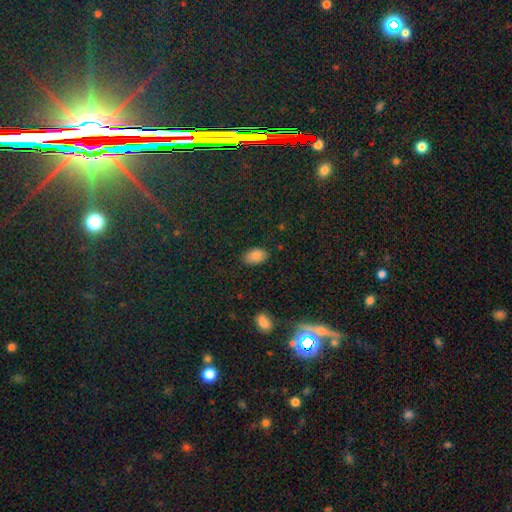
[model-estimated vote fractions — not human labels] A smooth galaxy with no disk features (84%) that is in between round and cigar-shaped (92%).

Vote fractions:
- Smooth or featured? smooth: 84% / star or artifact: 9% / featured or disk: 6%
- How rounded? in between: 92% / round: 7% / cigar-shaped: 1%
- Merging? none: 85% / minor disturbance: 11% / major disturbance: 3% / merger: 1%